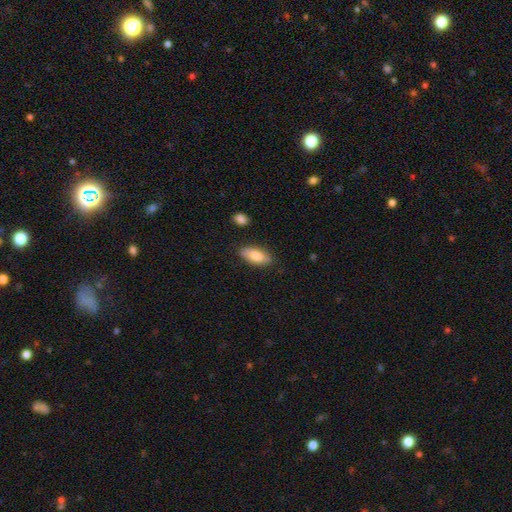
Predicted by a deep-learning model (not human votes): smooth 81%, featured or disk 13%, star or artifact 6%. Down the decision tree: how rounded — in between (87%); merging — none (83%).